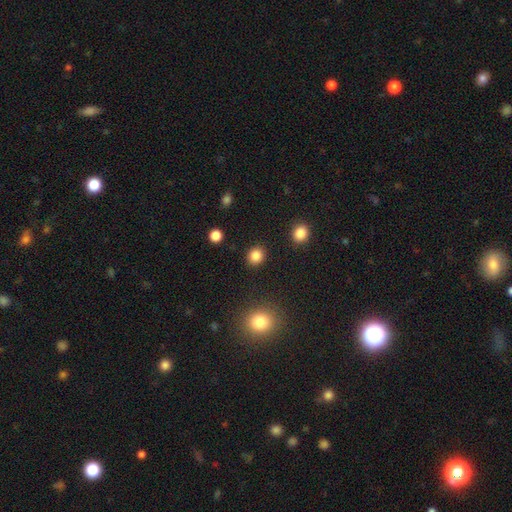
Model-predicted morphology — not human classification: A smooth galaxy with no disk features (85%) that is round (81%).

Vote fractions:
- Smooth or featured? smooth: 85% / star or artifact: 11% / featured or disk: 4%
- How rounded? round: 81% / in between: 18% / cigar-shaped: 1%
- Merging? none: 90% / minor disturbance: 6% / major disturbance: 2% / merger: 2%